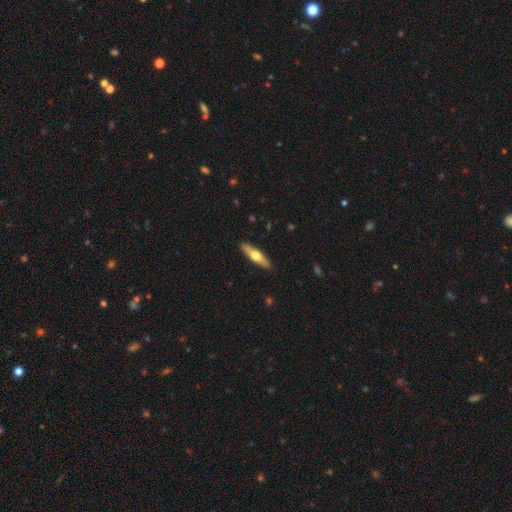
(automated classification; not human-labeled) Smooth or featured? smooth (53%)
How rounded? cigar-shaped (68%)
Merging? none (91%)